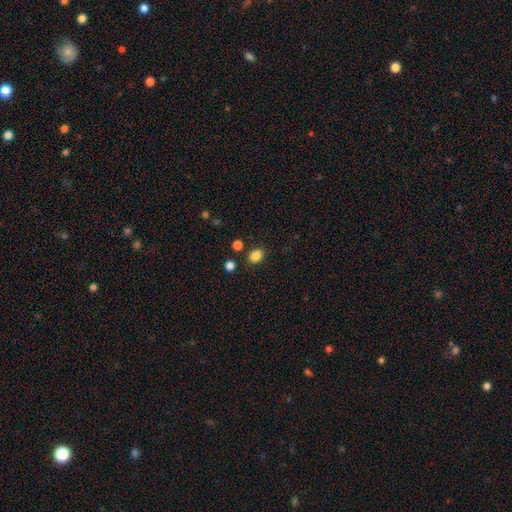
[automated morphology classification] smooth 85%, star or artifact 11%, featured or disk 4%. Down the decision tree: how rounded — in between (60%); merging — none (83%).